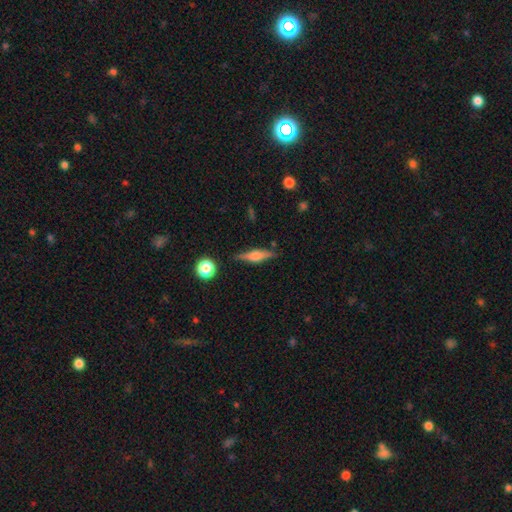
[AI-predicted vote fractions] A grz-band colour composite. It shows a featured or disk galaxy (63%) viewed edge-on (96%) with a rounded central bulge (80%). Merging: none (85%).